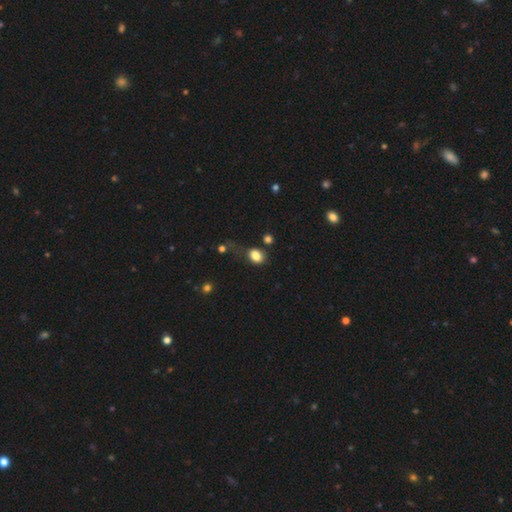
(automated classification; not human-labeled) smooth_or_featured: smooth (p=0.84) [alt: star or artifact p=0.10]
how_rounded: in between (p=0.62) [alt: round p=0.37]
merging: none (p=0.53) [alt: minor disturbance p=0.26]